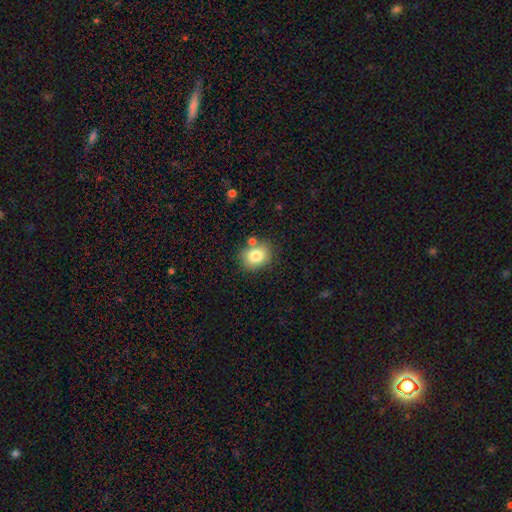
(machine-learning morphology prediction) A smooth galaxy with no disk features (81%) that is round (55%).

Vote fractions:
- Smooth or featured? smooth: 81% / featured or disk: 10% / star or artifact: 9%
- How rounded? round: 55% / in between: 45% / cigar-shaped: 1%
- Merging? none: 73% / minor disturbance: 13% / merger: 11% / major disturbance: 3%